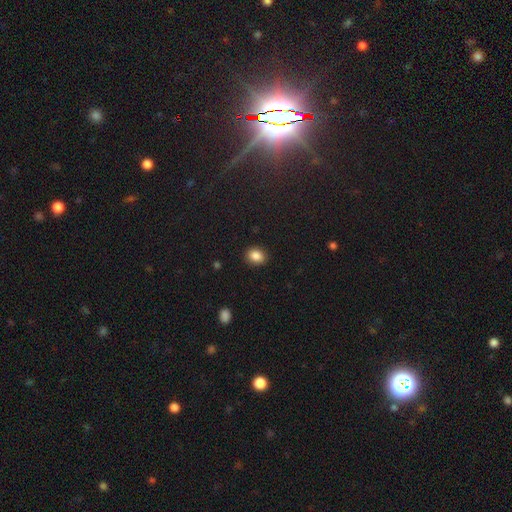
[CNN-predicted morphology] A smooth galaxy with no disk features (86%) that is round (50%). Merging: none (89%).